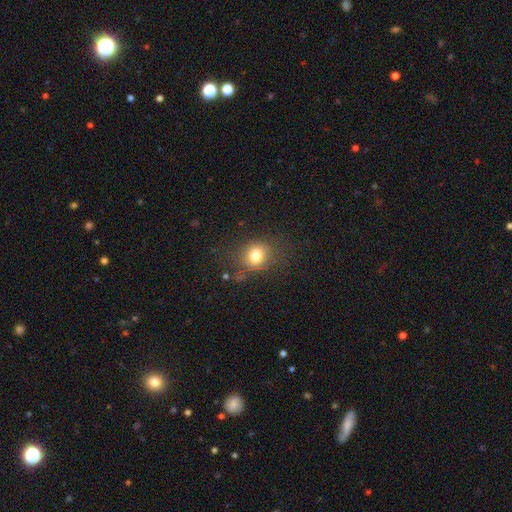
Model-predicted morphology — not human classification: Smooth or featured?
  - smooth: 78% *
  - star or artifact: 13%
  - featured or disk: 9%
How rounded?
  - round: 65% *
  - in between: 34%
  - cigar-shaped: 1%
Merging?
  - none: 73% *
  - minor disturbance: 17%
  - major disturbance: 8%
  - merger: 2%